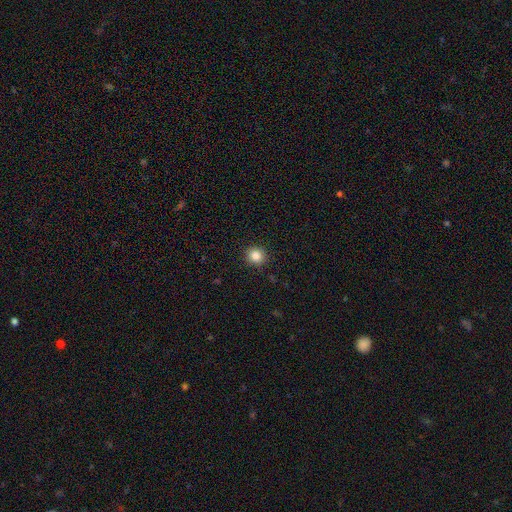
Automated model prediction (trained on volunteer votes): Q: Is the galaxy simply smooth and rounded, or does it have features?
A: smooth — 85%.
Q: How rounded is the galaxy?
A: round — 90%.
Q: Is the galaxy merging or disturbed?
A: none — 91%.